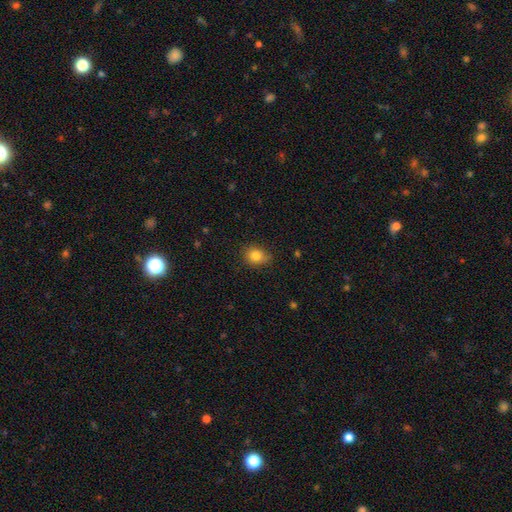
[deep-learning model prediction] Smooth or featured? Predicted: smooth (p=0.82). How rounded? Predicted: round (p=0.54). Merging? Predicted: none (p=0.76).